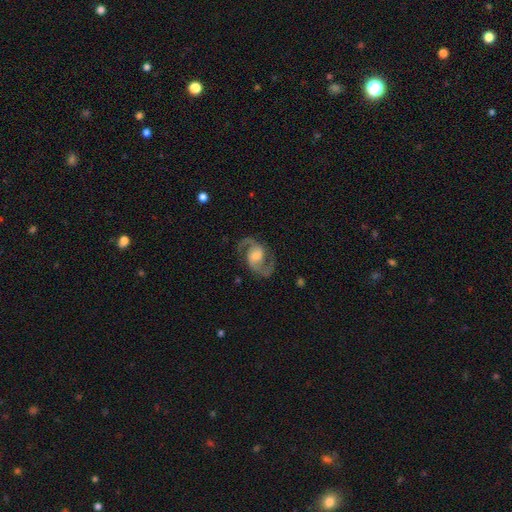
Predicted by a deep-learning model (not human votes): The model was most divided on "bar": no: 45%, weak: 43%, strong: 12%. More confident: edge-on disk — no (98%); spiral arms — yes (98%); spiral arm count — 2 (94%); smooth or featured — featured or disk (91%); merging — none (82%); spiral winding — medium (63%); bulge size — moderate (51%).